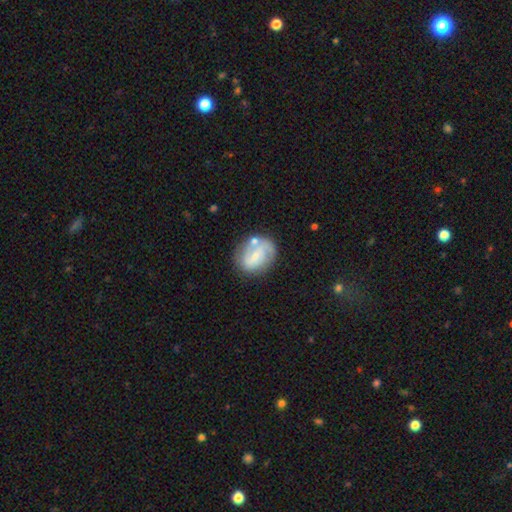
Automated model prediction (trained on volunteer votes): Smooth or featured?
  - featured or disk: 62% *
  - smooth: 31%
  - star or artifact: 7%
Edge-on disk?
  - no: 97% *
  - yes: 3%
Bar?
  - weak: 47% *
  - no: 33%
  - strong: 20%
Spiral arms?
  - yes: 79% *
  - no: 21%
Bulge size?
  - small: 63% *
  - moderate: 28%
  - none: 6%
  - large: 2%
  - dominant: 1%
Merging?
  - none: 61% *
  - minor disturbance: 21%
  - merger: 10%
  - major disturbance: 8%